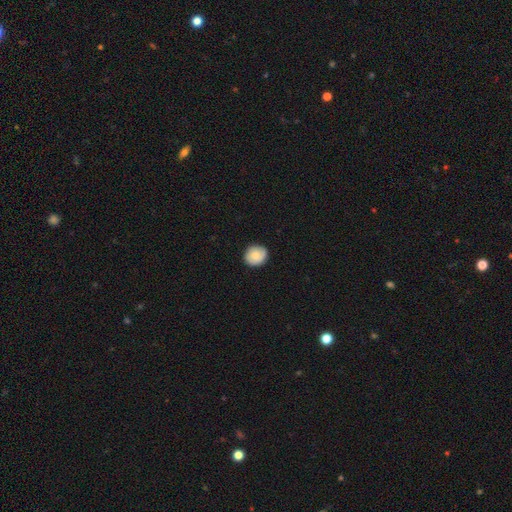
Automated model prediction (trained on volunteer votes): Smooth or featured? smooth (76%)
How rounded? round (77%)
Merging? none (85%)